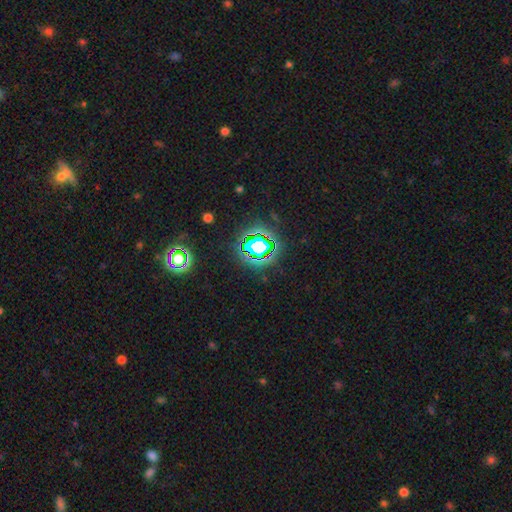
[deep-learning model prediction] This is clearly a star or artifact rather than a galaxy (81%).